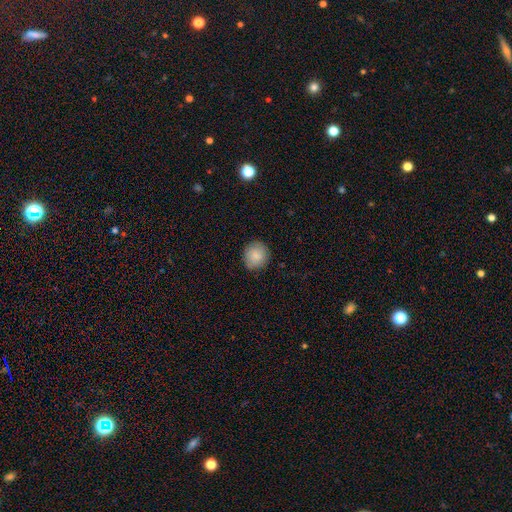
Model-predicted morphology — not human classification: The model was most divided on "merging": none: 88%, minor disturbance: 9%, major disturbance: 2%, merger: 1%. More confident: how rounded — round (89%); smooth or featured — smooth (87%).